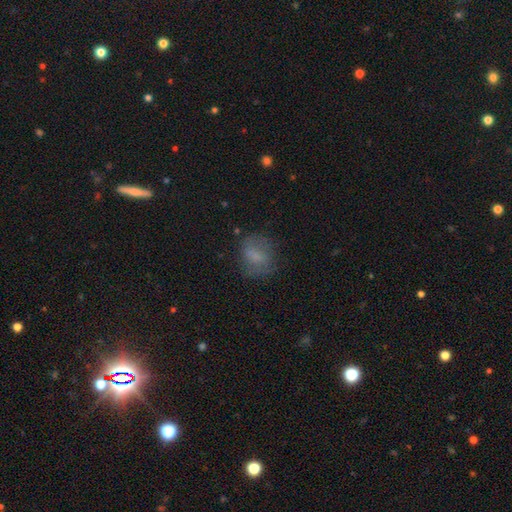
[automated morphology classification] A smooth galaxy with no disk features (63%) that is in between round and cigar-shaped (49%). Merging: none (64%).